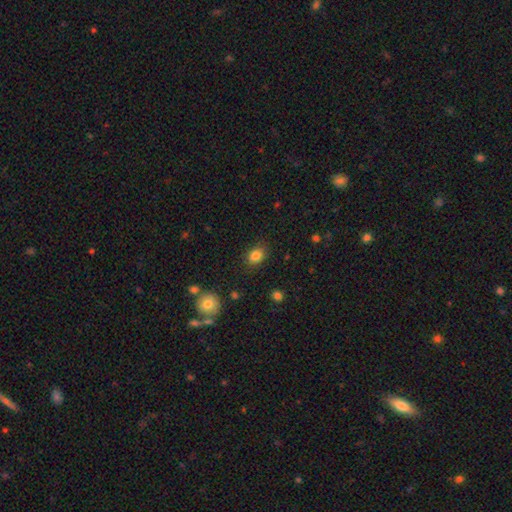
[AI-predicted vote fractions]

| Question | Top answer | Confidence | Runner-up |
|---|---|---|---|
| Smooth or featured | smooth | 84% | star or artifact (11%) |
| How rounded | in between | 61% | round (38%) |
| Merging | none | 83% | minor disturbance (12%) |